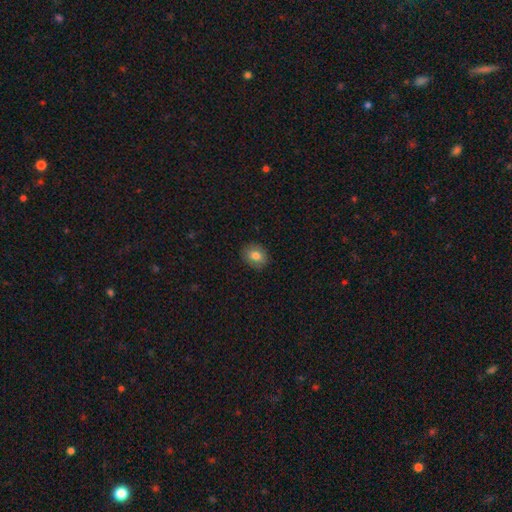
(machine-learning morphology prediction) The model was most divided on "how rounded": round: 56%, in between: 43%, cigar-shaped: 1%. More confident: merging — none (87%); smooth or featured — smooth (80%).